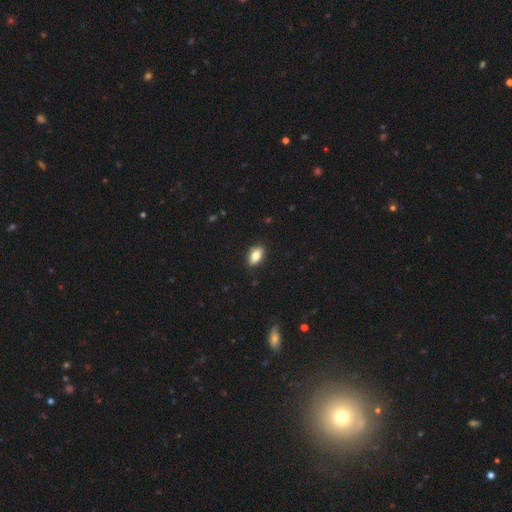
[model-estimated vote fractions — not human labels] smooth-or-featured: smooth: 81% | featured or disk: 11% | star or artifact: 8%
  how-rounded: in between: 90% | round: 7% | cigar-shaped: 4%
  merging: none: 87% | minor disturbance: 10% | major disturbance: 2% | merger: 1%